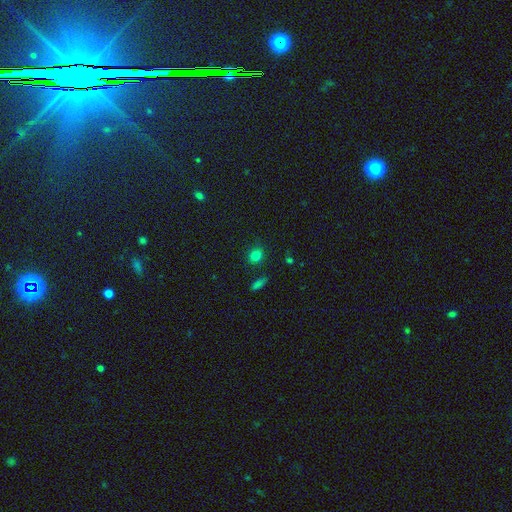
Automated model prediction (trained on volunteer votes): A smooth galaxy with no disk features (80%) that is round (74%). Merging: none (83%).